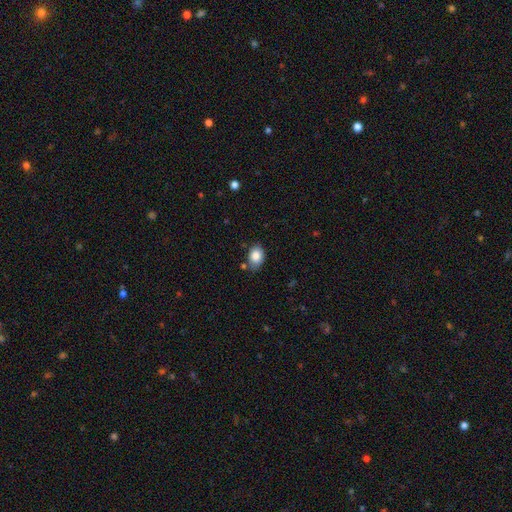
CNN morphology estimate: This appears to be a smooth galaxy with no disk features (86%) that is in between round and cigar-shaped (74%). Merging: none (74%).